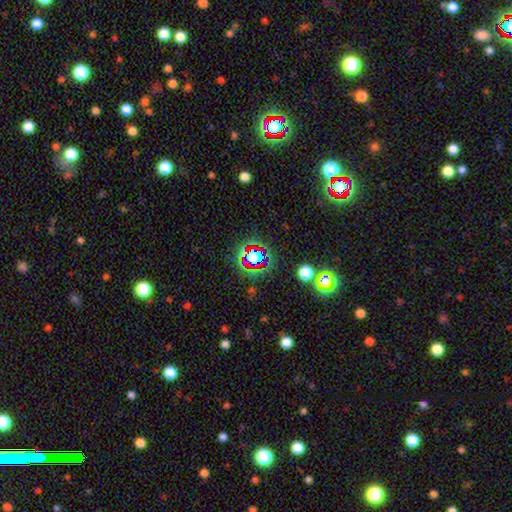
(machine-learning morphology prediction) This is possibly a star or artifact rather than a galaxy (58%).